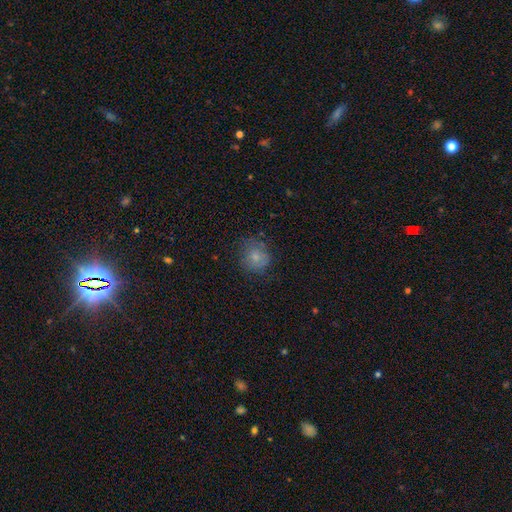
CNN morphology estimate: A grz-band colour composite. It shows a smooth galaxy with no disk features (74%) that is round (81%). Merging: none (67%).